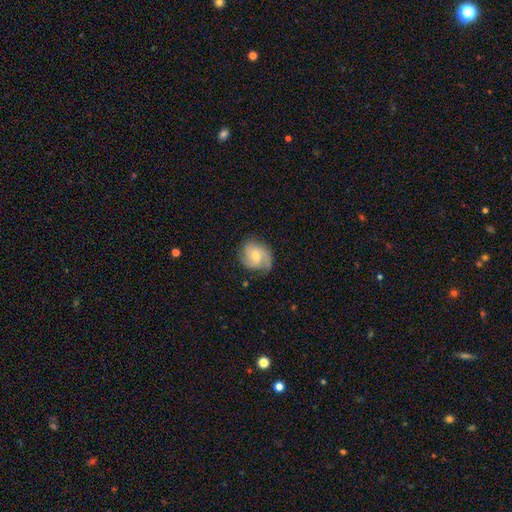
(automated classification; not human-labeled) Overall: featured or disk (65%; smooth 28%). Edge-on disk: no (97%). Bar: no (66%; weak 29%). Spiral arms: yes (90%). Spiral arm count: 2 (36%; 3 25%). Spiral winding: tight (44%; medium 39%). Bulge size: moderate (57%; small 39%). Merging: none (67%).